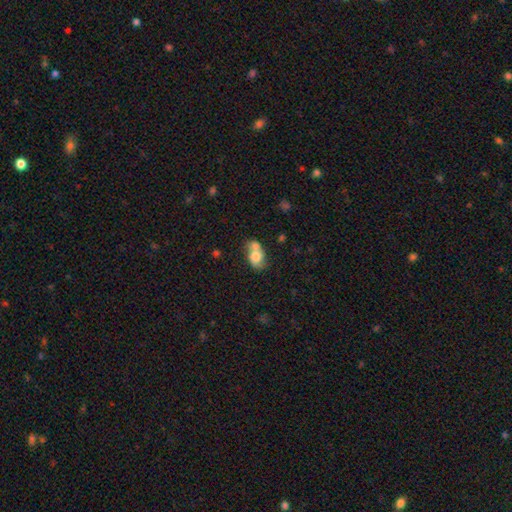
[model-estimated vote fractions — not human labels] Q: Smooth or featured?
A: smooth (64%); runner-up: featured or disk (27%)
Q: How rounded?
A: in between (67%); runner-up: round (31%)
Q: Merging?
A: merger (49%); runner-up: none (30%)